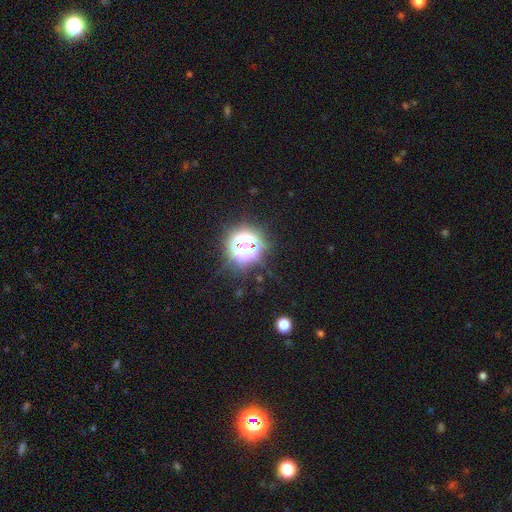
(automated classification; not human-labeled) This appears to be a star or artifact, not a galaxy (77%).